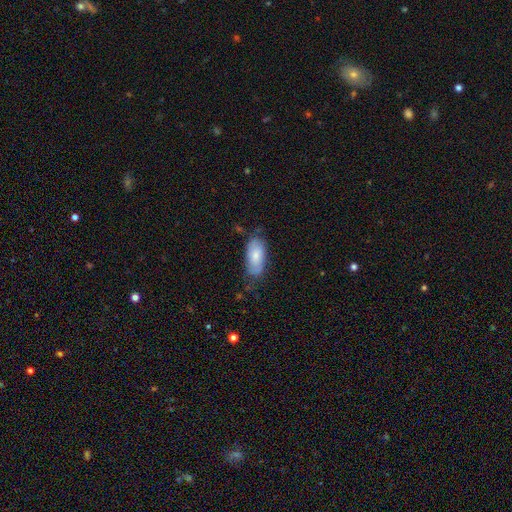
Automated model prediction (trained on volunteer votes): smooth_or_featured: smooth (p=0.73) [alt: featured or disk p=0.21]
how_rounded: in between (p=0.90) [alt: cigar-shaped p=0.07]
merging: none (p=0.62) [alt: minor disturbance p=0.29]